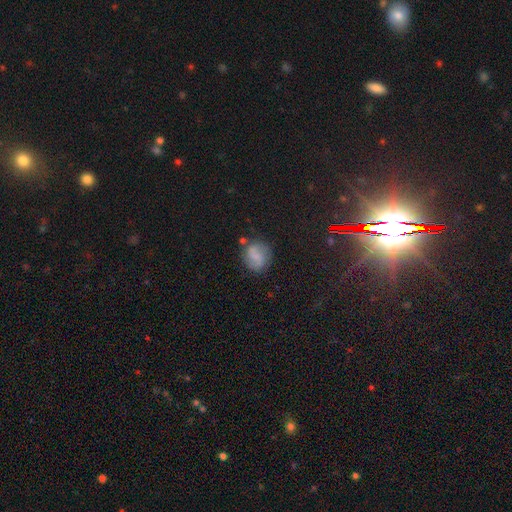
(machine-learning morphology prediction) Q: Smooth or featured?
A: featured or disk (49%); runner-up: smooth (41%)
Q: Merging?
A: none (71%); runner-up: minor disturbance (17%)